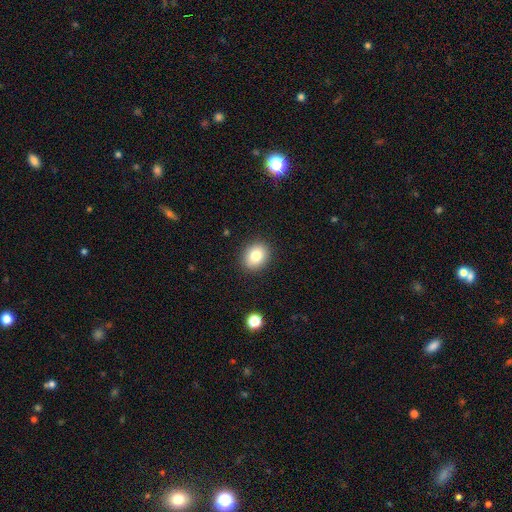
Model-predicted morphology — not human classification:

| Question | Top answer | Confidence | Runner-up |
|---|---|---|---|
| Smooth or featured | smooth | 81% | star or artifact (10%) |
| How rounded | round | 59% | in between (40%) |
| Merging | none | 89% | minor disturbance (8%) |